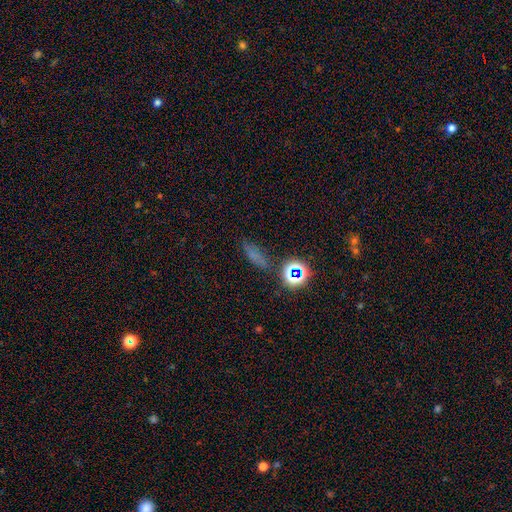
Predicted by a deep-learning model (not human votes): This is possibly a smooth galaxy (51%). How rounded: possibly in between (48%). Merging: likely none (74%).